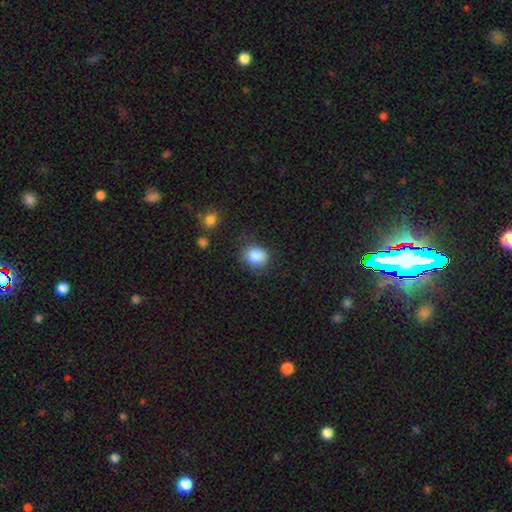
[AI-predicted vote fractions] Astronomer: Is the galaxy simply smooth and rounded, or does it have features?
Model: smooth — 86%.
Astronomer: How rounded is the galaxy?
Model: round — 65%.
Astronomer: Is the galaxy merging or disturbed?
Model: none — 71%.